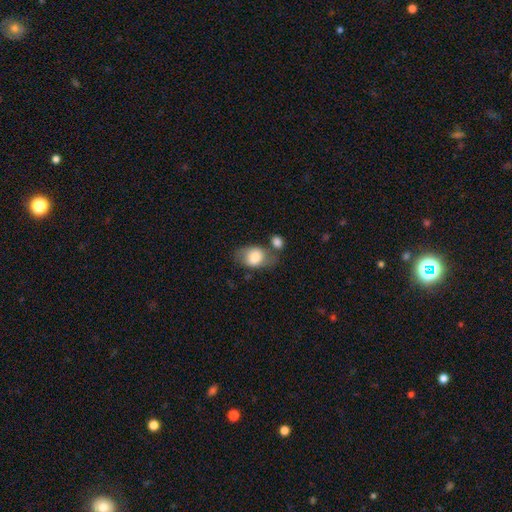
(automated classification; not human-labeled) Overall: smooth (72%). How rounded: in between (74%). Merging: none (46%; merger 23%).